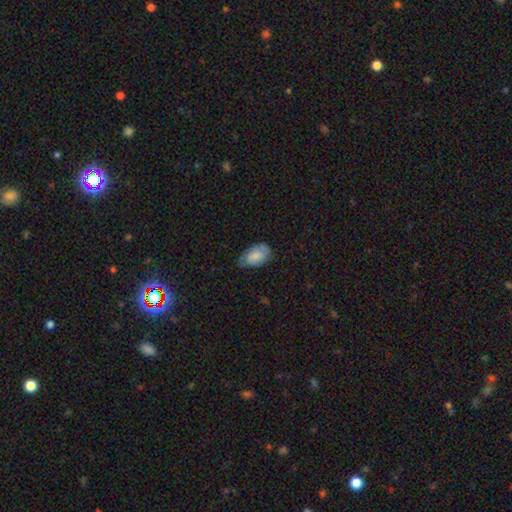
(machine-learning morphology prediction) Smooth or featured: smooth — 73% (featured or disk — 20%)
How rounded: in between — 93% (round — 6%)
Merging: none — 54% (minor disturbance — 35%)